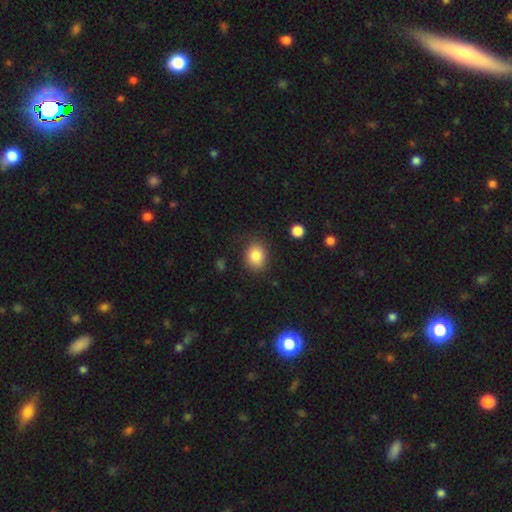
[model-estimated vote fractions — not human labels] smooth-or-featured: smooth: 84% | star or artifact: 9% | featured or disk: 7%
  how-rounded: in between: 52% | round: 47% | cigar-shaped: 1%
  merging: none: 81% | minor disturbance: 13% | major disturbance: 4% | merger: 2%